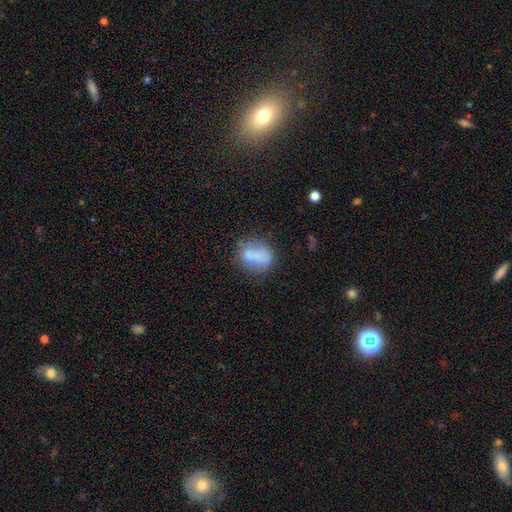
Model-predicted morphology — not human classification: Q: Smooth or featured?
A: smooth (67%); runner-up: featured or disk (24%)
Q: How rounded?
A: in between (50%); runner-up: round (47%)
Q: Merging?
A: none (51%); runner-up: minor disturbance (21%)